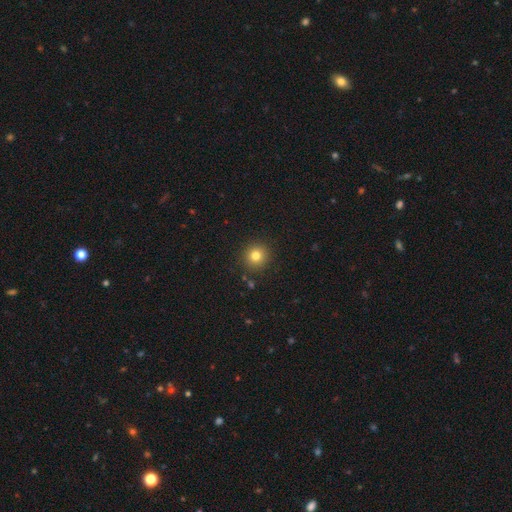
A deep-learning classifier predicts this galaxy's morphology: This appears to be a smooth galaxy with no disk features (80%) that is round (94%). Merging: none (90%).